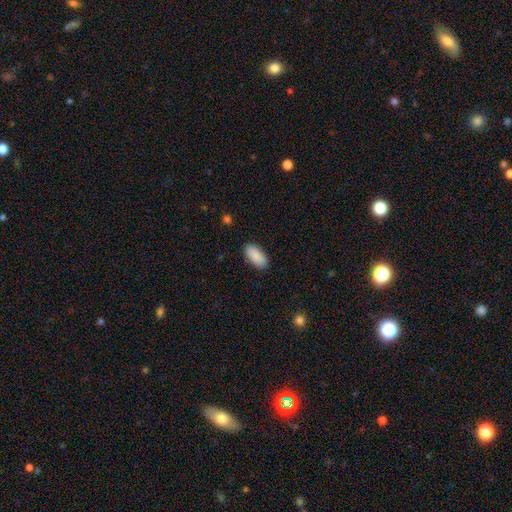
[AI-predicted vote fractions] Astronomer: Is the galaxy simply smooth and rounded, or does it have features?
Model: smooth — 90%.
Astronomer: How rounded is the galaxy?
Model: in between — 91%.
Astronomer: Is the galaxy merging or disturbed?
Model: none — 88%.